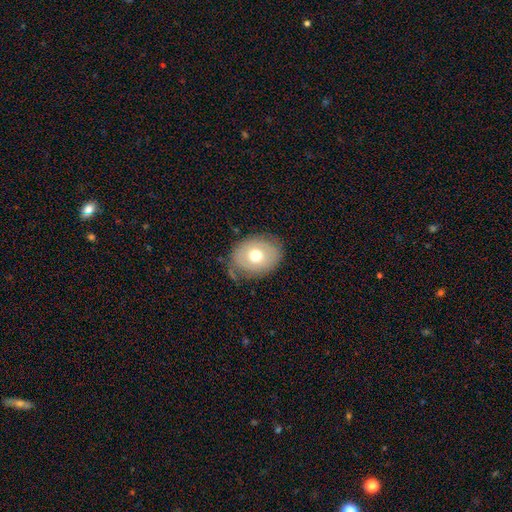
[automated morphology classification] smooth 63%, featured or disk 29%, star or artifact 8%. Down the decision tree: how rounded — in between (57%); merging — none (73%).